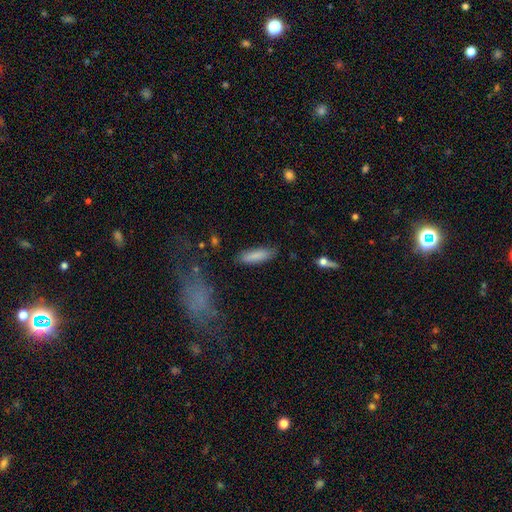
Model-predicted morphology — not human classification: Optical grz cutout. It shows a smooth galaxy with no disk features (84%) that is cigar-shaped (58%). Merging: none (82%).